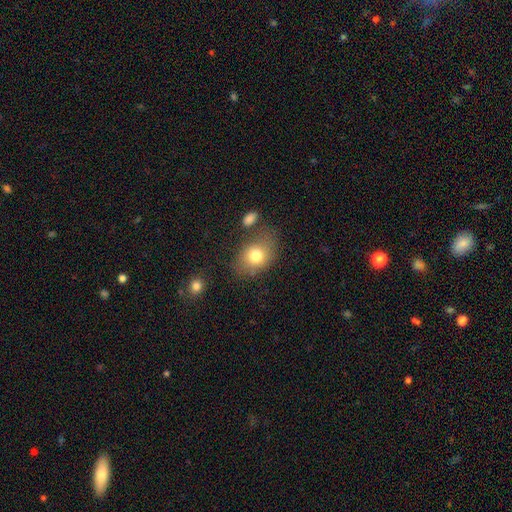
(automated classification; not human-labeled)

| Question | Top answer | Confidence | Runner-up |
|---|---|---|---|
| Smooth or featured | smooth | 76% | featured or disk (14%) |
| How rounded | in between | 67% | round (32%) |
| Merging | none | 62% | minor disturbance (22%) |